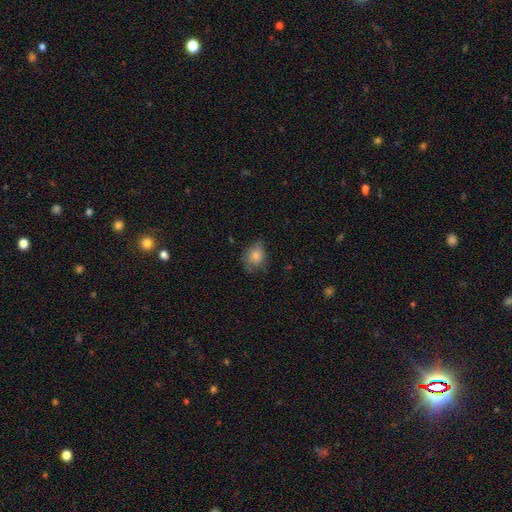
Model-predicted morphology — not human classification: Q: Smooth or featured?
A: smooth (79%); runner-up: featured or disk (12%)
Q: How rounded?
A: in between (54%); runner-up: round (45%)
Q: Merging?
A: none (58%); runner-up: minor disturbance (31%)